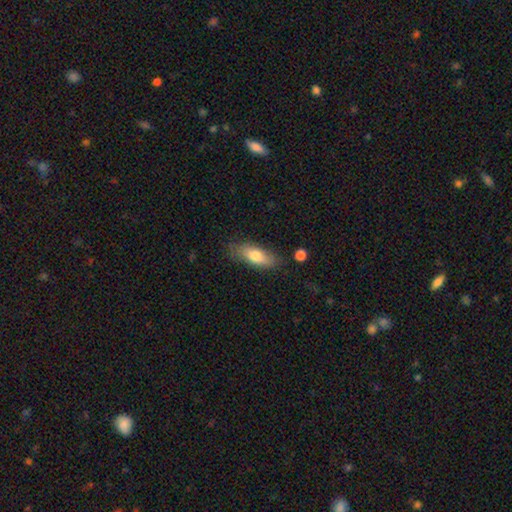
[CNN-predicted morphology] smooth_or_featured: smooth (p=0.73) [alt: featured or disk p=0.20]
how_rounded: in between (p=0.68) [alt: cigar-shaped p=0.29]
merging: none (p=0.75) [alt: minor disturbance p=0.18]